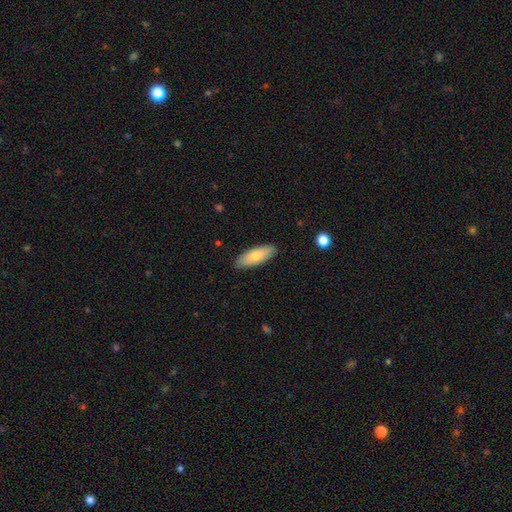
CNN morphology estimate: smooth_or_featured: smooth (p=0.73) [alt: featured or disk p=0.21]
how_rounded: in between (p=0.64) [alt: cigar-shaped p=0.34]
merging: none (p=0.88) [alt: minor disturbance p=0.09]